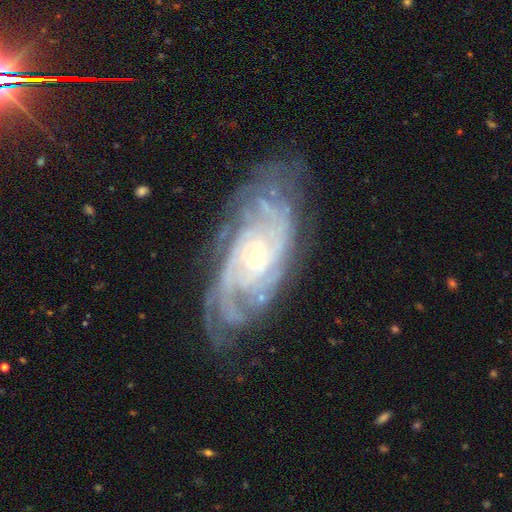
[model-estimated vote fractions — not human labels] The model was most divided on "spiral arm count": can't tell: 27%, 4: 22%, 3: 15%, more than 4: 15%, 2: 14%, 1: 7%. More confident: spiral arms — yes (97%); edge-on disk — no (95%); smooth or featured — featured or disk (88%); bulge size — small (84%); merging — none (72%); spiral winding — tight (72%); bar — no (70%).